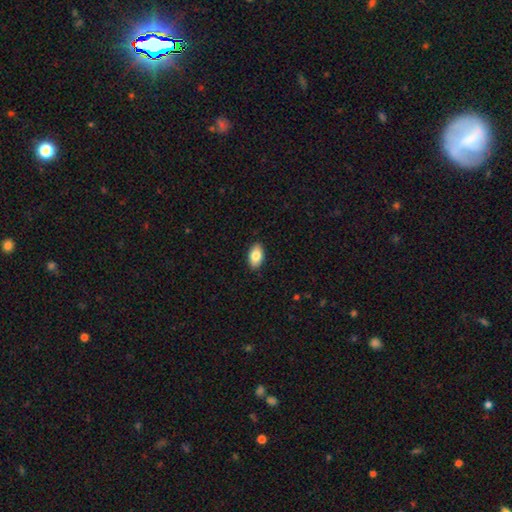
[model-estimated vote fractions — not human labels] Smooth or featured?
  - smooth: 84% *
  - featured or disk: 9%
  - star or artifact: 7%
How rounded?
  - in between: 93% *
  - round: 5%
  - cigar-shaped: 2%
Merging?
  - none: 89% *
  - minor disturbance: 8%
  - major disturbance: 2%
  - merger: 1%